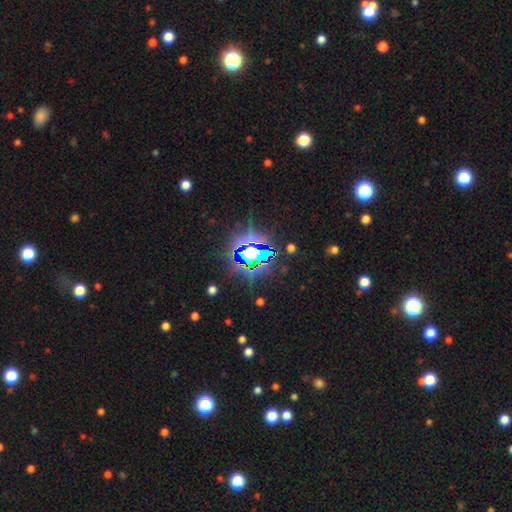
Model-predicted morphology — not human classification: The model was most divided on "smooth or featured": star or artifact: 72%, smooth: 16%, featured or disk: 12%.